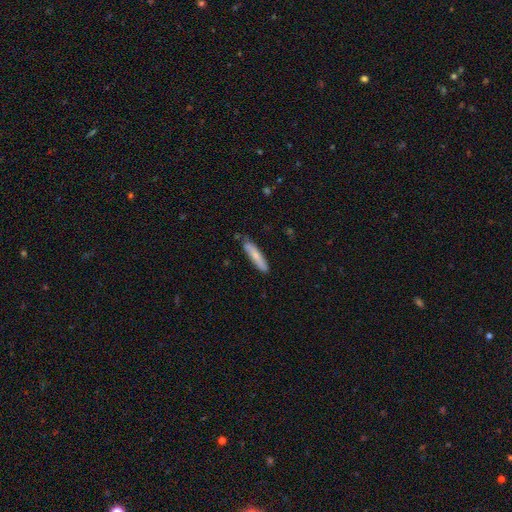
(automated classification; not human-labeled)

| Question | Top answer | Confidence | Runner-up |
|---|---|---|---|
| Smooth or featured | smooth | 69% | featured or disk (25%) |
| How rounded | cigar-shaped | 85% | in between (13%) |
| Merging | none | 76% | minor disturbance (19%) |